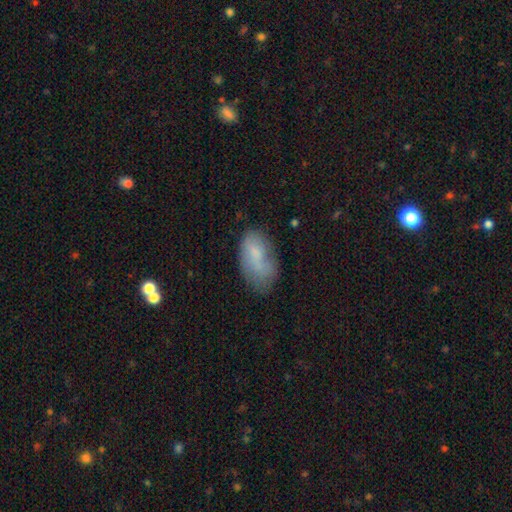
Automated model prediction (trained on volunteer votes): Morphology: type=smooth (67%); roundness=in between (93%); merging=none (45%).